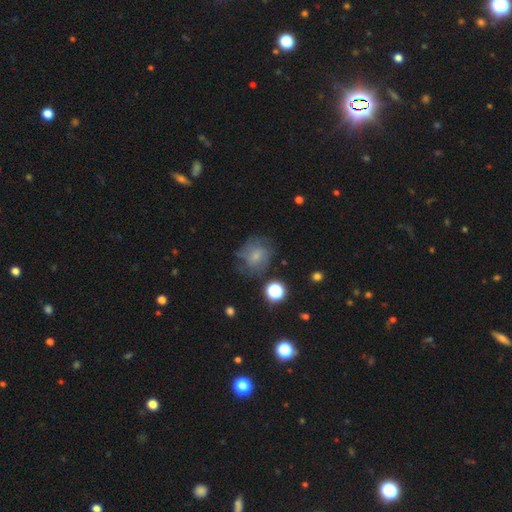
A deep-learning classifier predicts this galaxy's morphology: smooth_or_featured: smooth (p=0.53) [alt: featured or disk p=0.32]
how_rounded: round (p=0.70) [alt: in between p=0.29]
merging: none (p=0.52) [alt: minor disturbance p=0.25]